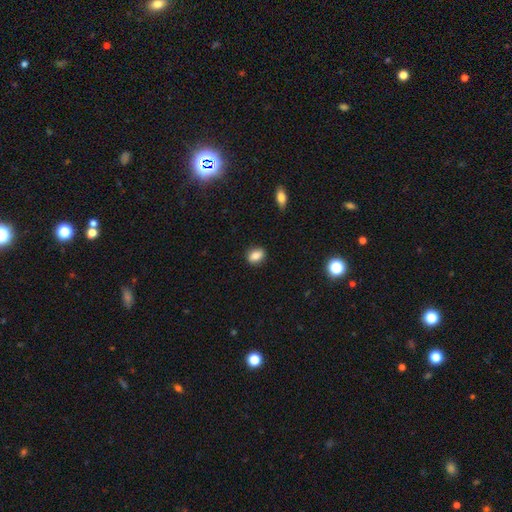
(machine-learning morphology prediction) Smooth or featured? smooth (83%)
How rounded? in between (67%)
Merging? none (87%)